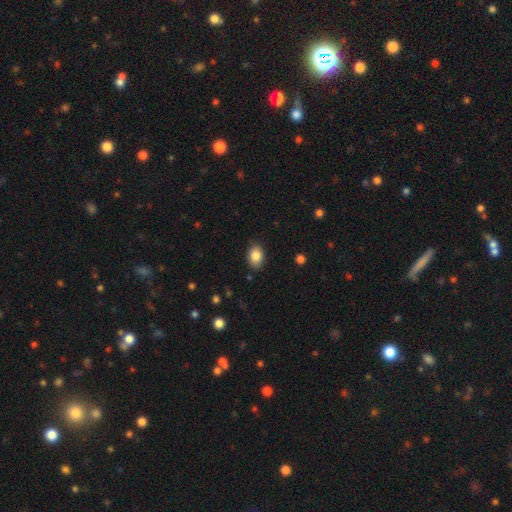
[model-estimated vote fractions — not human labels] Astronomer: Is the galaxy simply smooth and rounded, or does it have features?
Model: smooth — 86%.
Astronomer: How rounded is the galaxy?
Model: in between — 79%.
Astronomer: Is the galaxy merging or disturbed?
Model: none — 87%.